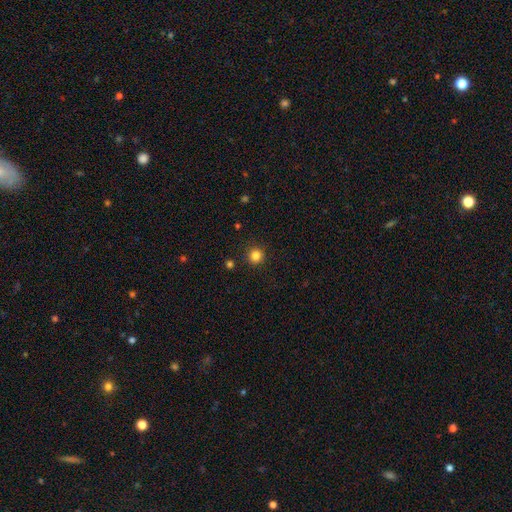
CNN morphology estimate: smooth_or_featured: smooth (p=0.83) [alt: star or artifact p=0.13]
how_rounded: round (p=0.95) [alt: in between p=0.04]
merging: none (p=0.92) [alt: minor disturbance p=0.05]